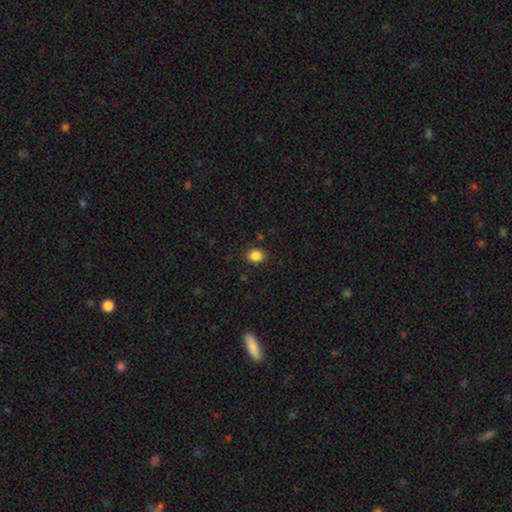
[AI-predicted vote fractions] Smooth or featured? smooth (86%)
How rounded? round (60%)
Merging? none (88%)